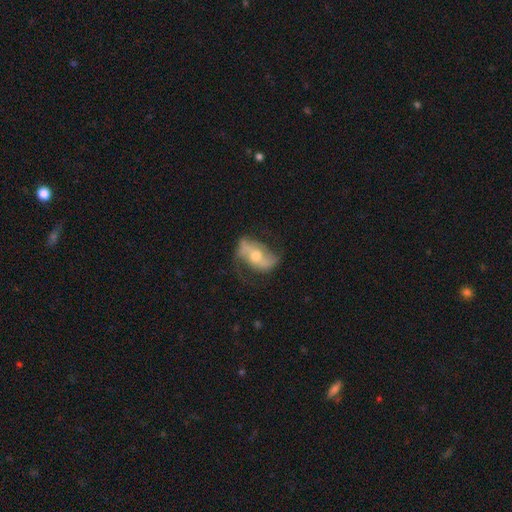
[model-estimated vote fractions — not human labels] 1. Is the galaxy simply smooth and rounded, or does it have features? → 74% featured or disk, 20% smooth, 6% star or artifact.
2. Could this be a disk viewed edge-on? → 92% no, 8% yes.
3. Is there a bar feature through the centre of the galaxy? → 45% no, 32% weak, 23% strong.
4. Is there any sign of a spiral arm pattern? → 86% yes, 14% no.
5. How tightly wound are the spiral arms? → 61% loose, 28% medium, 10% tight.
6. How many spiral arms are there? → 87% 2, 6% can't tell, 3% 1, 1% 3, 1% 4, 1% more than 4.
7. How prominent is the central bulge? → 65% moderate, 28% small, 5% large, 1% none, 1% dominant.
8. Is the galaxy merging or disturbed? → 61% none, 23% minor disturbance, 14% major disturbance, 2% merger.